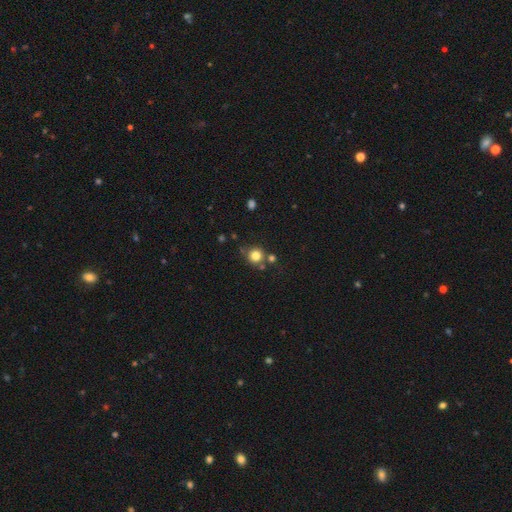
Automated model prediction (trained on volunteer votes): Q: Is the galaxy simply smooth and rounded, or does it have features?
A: smooth — 81%.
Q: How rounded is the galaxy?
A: round — 92%.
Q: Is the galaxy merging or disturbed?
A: none — 73%.